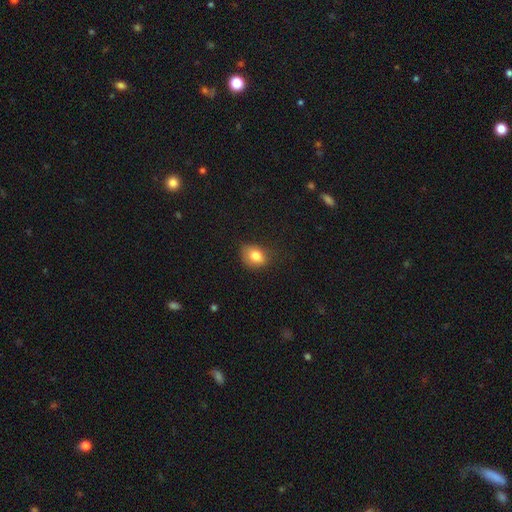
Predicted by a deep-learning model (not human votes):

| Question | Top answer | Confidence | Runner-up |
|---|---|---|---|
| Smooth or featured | smooth | 80% | star or artifact (10%) |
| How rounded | in between | 59% | round (40%) |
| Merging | none | 66% | minor disturbance (26%) |